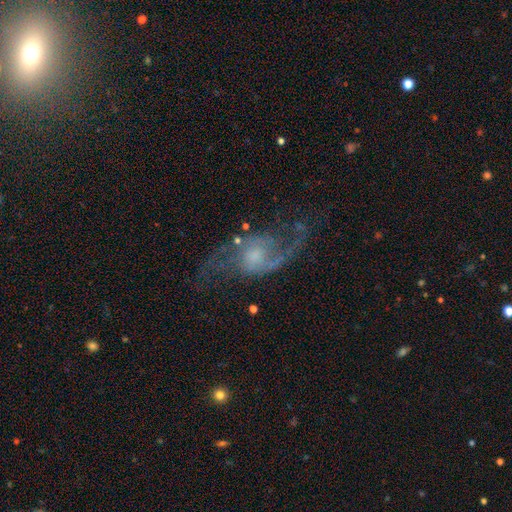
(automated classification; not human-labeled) Smooth or featured? Predicted: featured or disk (p=0.84). Edge-on disk? Predicted: no (p=0.95). Bar? Predicted: no (p=0.59). Spiral arms? Predicted: yes (p=0.95). Spiral winding? Predicted: loose (p=0.54). Spiral arm count? Predicted: 2 (p=0.89). Bulge size? Predicted: small (p=0.42). Merging? Predicted: none (p=0.68).